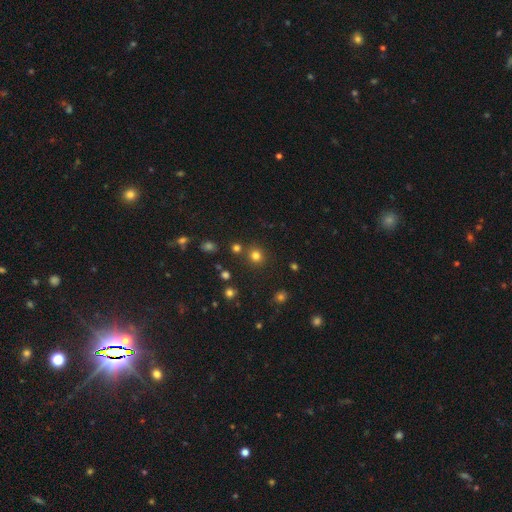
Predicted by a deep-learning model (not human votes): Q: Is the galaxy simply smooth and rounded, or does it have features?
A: smooth — 77%.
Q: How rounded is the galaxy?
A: round — 90%.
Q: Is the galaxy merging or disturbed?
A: none — 83%.